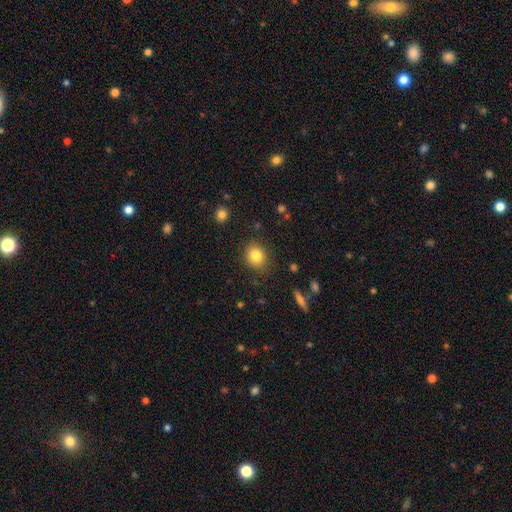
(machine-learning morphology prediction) A smooth galaxy with no disk features (82%) that is round (68%).

Vote fractions:
- Smooth or featured? smooth: 82% / star or artifact: 10% / featured or disk: 7%
- How rounded? round: 68% / in between: 31% / cigar-shaped: 1%
- Merging? none: 85% / minor disturbance: 11% / major disturbance: 3% / merger: 2%